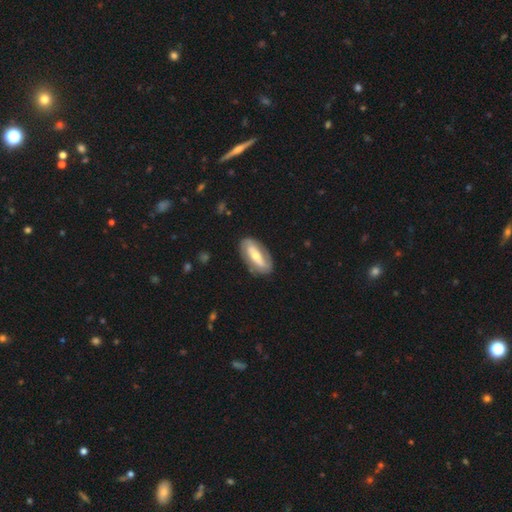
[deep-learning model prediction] Smooth or featured? featured or disk (60%)
Edge-on disk? no (86%)
Bar? strong (49%)
Spiral arms? yes (61%)
Bulge size? moderate (54%)
Merging? none (81%)